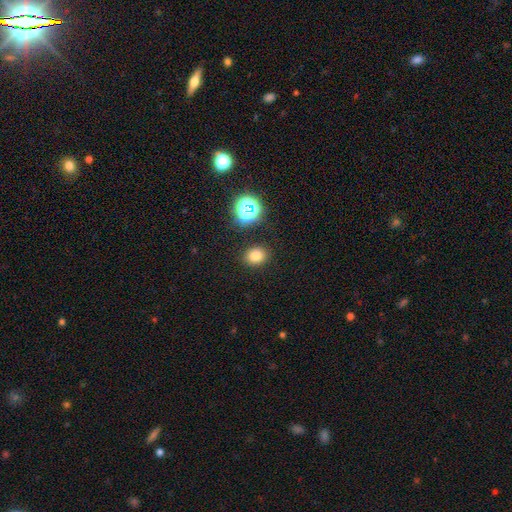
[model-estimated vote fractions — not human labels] smooth_or_featured: smooth (p=0.76) [alt: star or artifact p=0.17]
how_rounded: round (p=0.60) [alt: in between p=0.39]
merging: none (p=0.88) [alt: minor disturbance p=0.08]